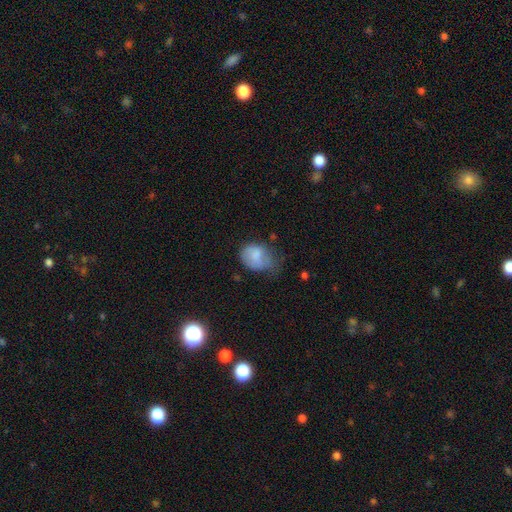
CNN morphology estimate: Smooth or featured? Predicted: smooth (p=0.74). How rounded? Predicted: in between (p=0.58). Merging? Predicted: minor disturbance (p=0.41).